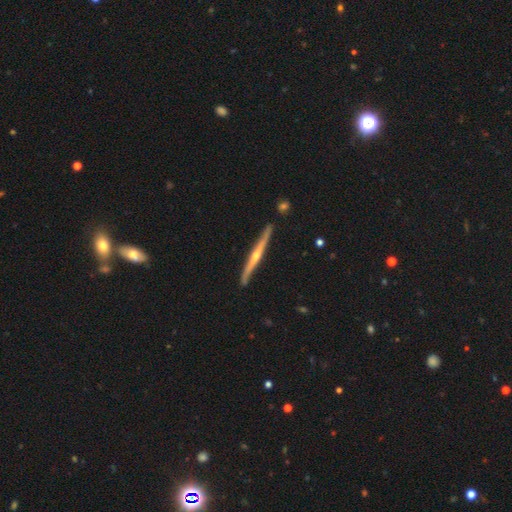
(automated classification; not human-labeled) smooth_or_featured: featured or disk (p=0.80) [alt: smooth p=0.15]
disk_edge_on: yes (p=0.98) [alt: no p=0.02]
edge_on_bulge: rounded (p=0.83) [alt: none p=0.13]
merging: none (p=0.89) [alt: minor disturbance p=0.08]